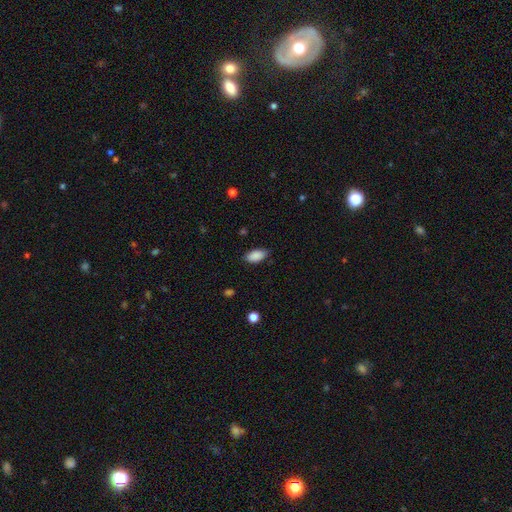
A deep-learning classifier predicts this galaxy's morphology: This appears to be a smooth galaxy with no disk features (89%) that is in between round and cigar-shaped (92%). Merging: none (83%).